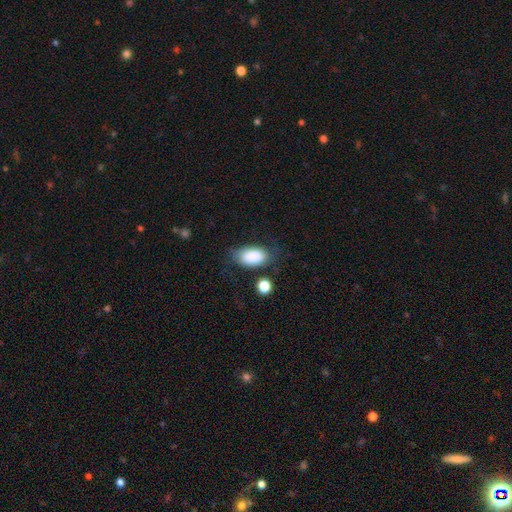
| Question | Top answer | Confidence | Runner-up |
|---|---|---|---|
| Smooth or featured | smooth | 92% | star or artifact (5%) |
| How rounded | in between | 89% | cigar-shaped (8%) |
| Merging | none | 81% | major disturbance (11%) |